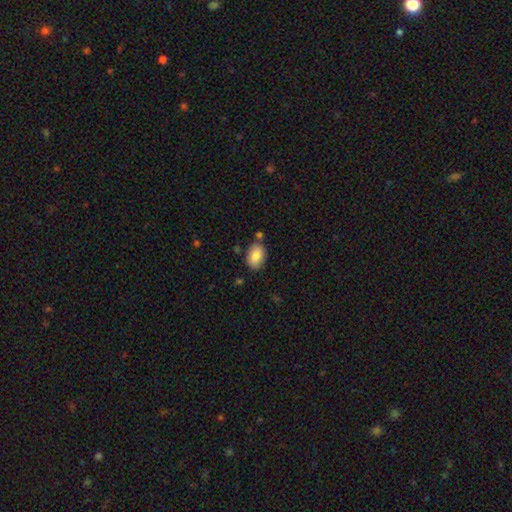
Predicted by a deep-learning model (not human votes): Smooth or featured?
  - smooth: 84% *
  - featured or disk: 9%
  - star or artifact: 7%
How rounded?
  - in between: 85% *
  - round: 14%
  - cigar-shaped: 1%
Merging?
  - none: 77% *
  - minor disturbance: 13%
  - merger: 6%
  - major disturbance: 3%